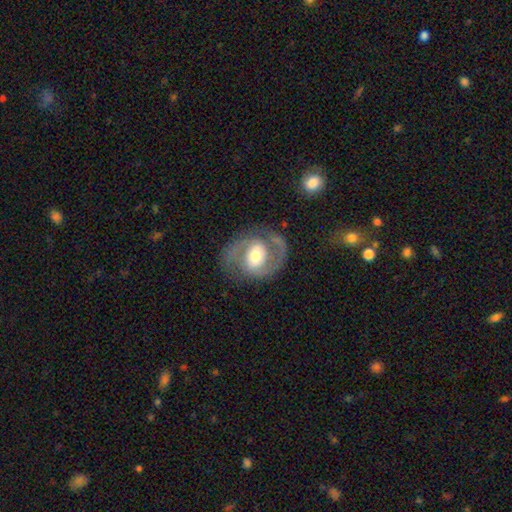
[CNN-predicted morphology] Overall: featured or disk (86%). Edge-on disk: no (98%). Bar: weak (42%; no 37%). Spiral arms: yes (94%). Spiral arm count: 2 (91%). Spiral winding: medium (57%; tight 27%). Bulge size: moderate (64%). Merging: none (79%).